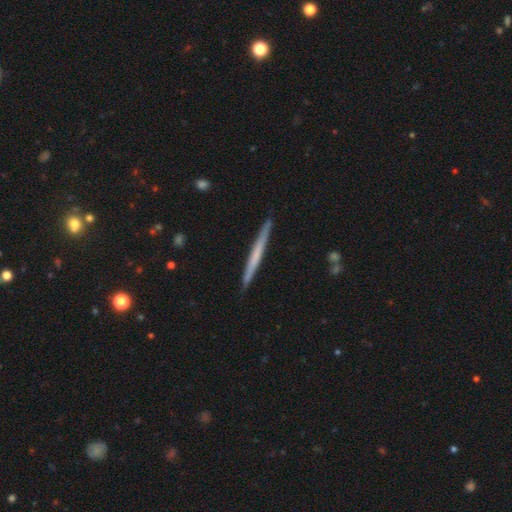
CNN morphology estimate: smooth_or_featured: smooth (p=0.48) [alt: featured or disk p=0.47]
merging: none (p=0.91) [alt: minor disturbance p=0.07]